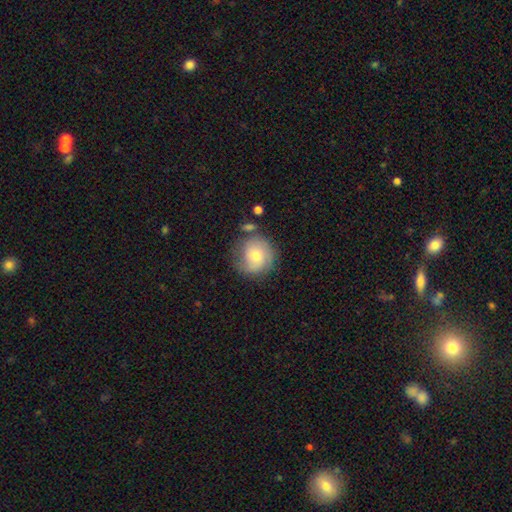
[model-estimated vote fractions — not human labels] smooth-or-featured: smooth: 59% | featured or disk: 33% | star or artifact: 8%
  how-rounded: round: 89% | in between: 10% | cigar-shaped: 1%
  merging: none: 64% | minor disturbance: 21% | major disturbance: 8% | merger: 7%